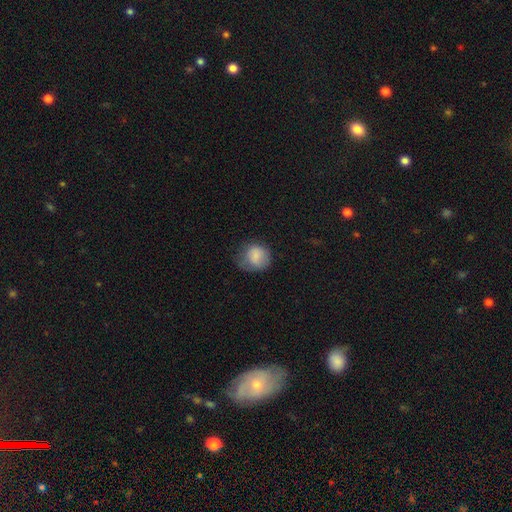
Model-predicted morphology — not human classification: Smooth or featured? Predicted: smooth (p=0.82). How rounded? Predicted: round (p=0.77). Merging? Predicted: none (p=0.53).